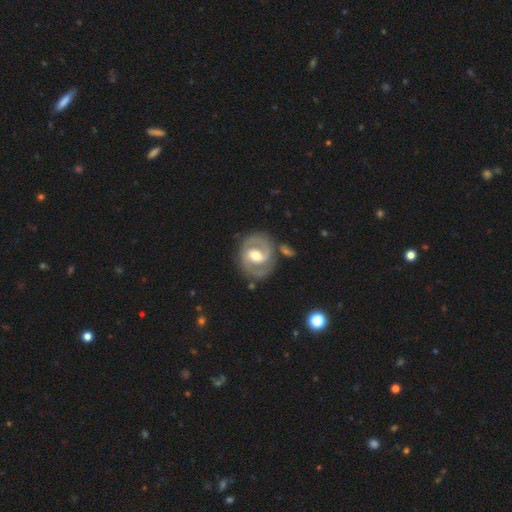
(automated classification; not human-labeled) featured or disk 86%, smooth 9%, star or artifact 4%. Down the decision tree: edge-on disk — no (98%); bar — weak (47%); spiral arms — yes (95%); spiral arm count — 2 (90%); spiral winding — medium (51%); bulge size — moderate (71%); merging — none (77%).